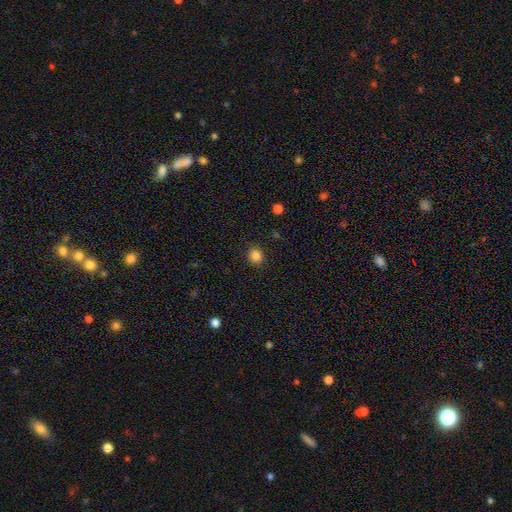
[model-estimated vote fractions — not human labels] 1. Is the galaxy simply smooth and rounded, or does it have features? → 85% smooth, 11% star or artifact, 3% featured or disk.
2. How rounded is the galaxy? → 85% round, 14% in between, 1% cigar-shaped.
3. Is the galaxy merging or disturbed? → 90% none, 7% minor disturbance, 2% major disturbance, 1% merger.